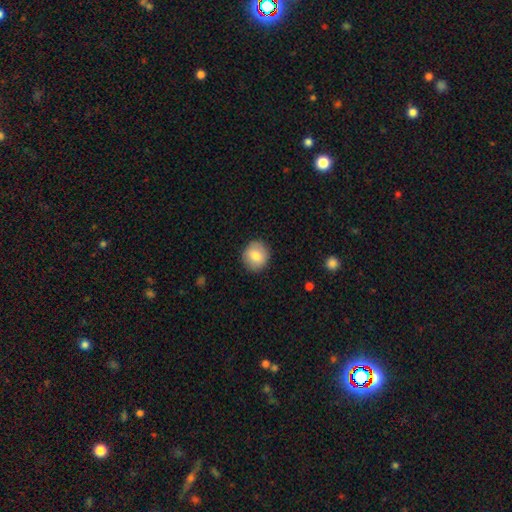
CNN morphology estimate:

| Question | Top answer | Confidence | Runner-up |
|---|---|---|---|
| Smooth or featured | smooth | 80% | featured or disk (13%) |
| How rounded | round | 86% | in between (13%) |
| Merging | none | 90% | minor disturbance (7%) |